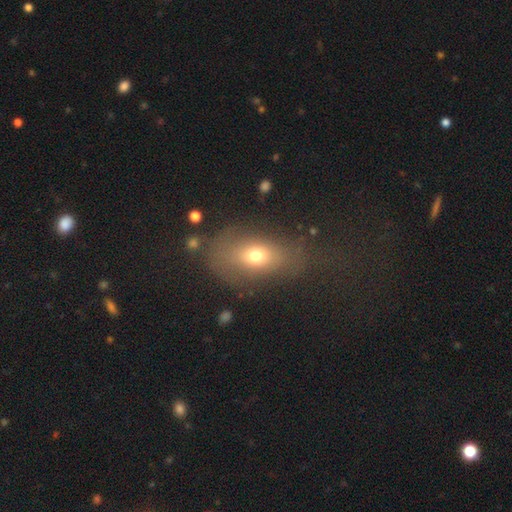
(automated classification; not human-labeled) Morphology: type=smooth (67%); roundness=in between (76%); merging=none (62%).